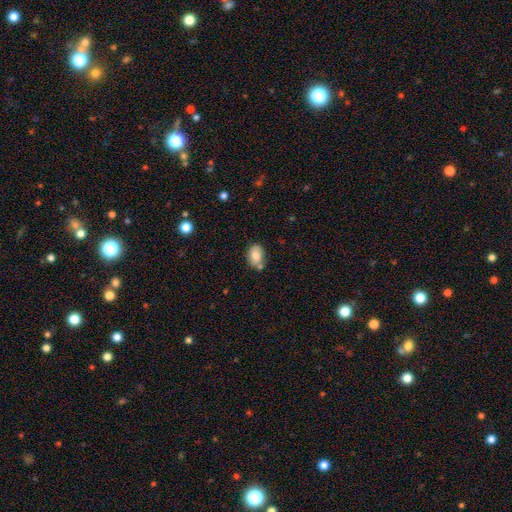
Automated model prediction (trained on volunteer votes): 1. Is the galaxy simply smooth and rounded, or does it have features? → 77% smooth, 14% featured or disk, 8% star or artifact.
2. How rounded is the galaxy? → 76% in between, 23% round, 1% cigar-shaped.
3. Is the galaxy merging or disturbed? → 60% none, 20% minor disturbance, 15% merger, 4% major disturbance.